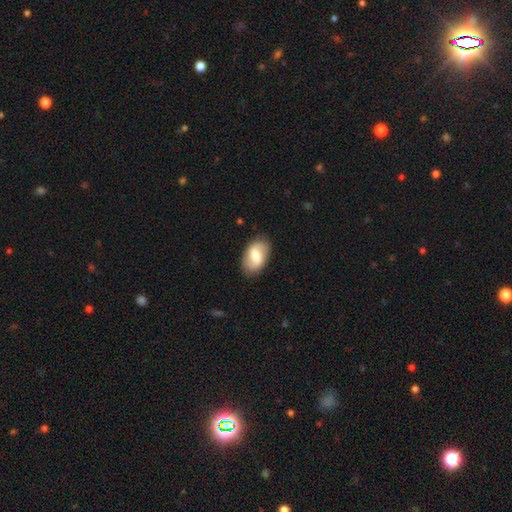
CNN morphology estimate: Smooth or featured: smooth — 49% (featured or disk — 44%)
Merging: none — 84% (minor disturbance — 12%)